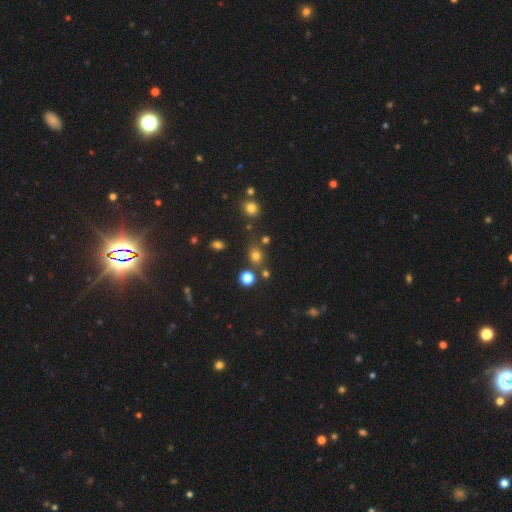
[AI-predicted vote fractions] This is likely a smooth galaxy (73%). How rounded: likely round (64%). Merging: likely none (74%).